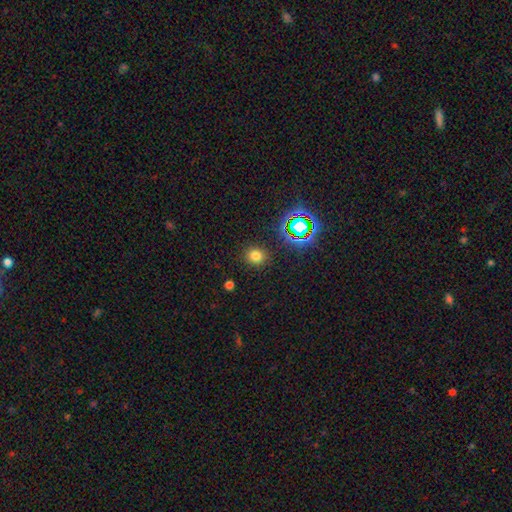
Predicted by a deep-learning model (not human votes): Smooth or featured? Predicted: smooth (p=0.74). How rounded? Predicted: round (p=0.81). Merging? Predicted: none (p=0.88).